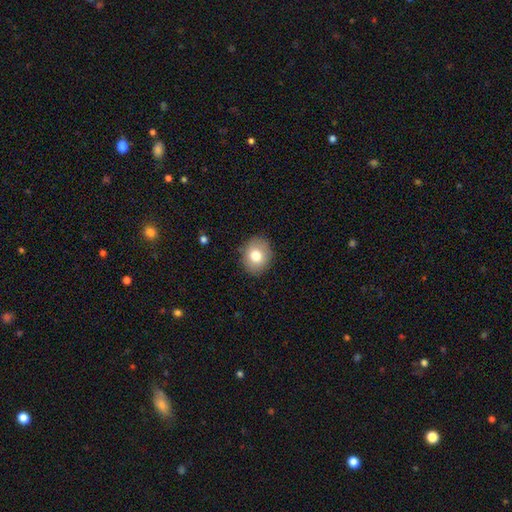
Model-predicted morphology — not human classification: type=smooth (78%); roundness=round (55%); merging=none (87%).